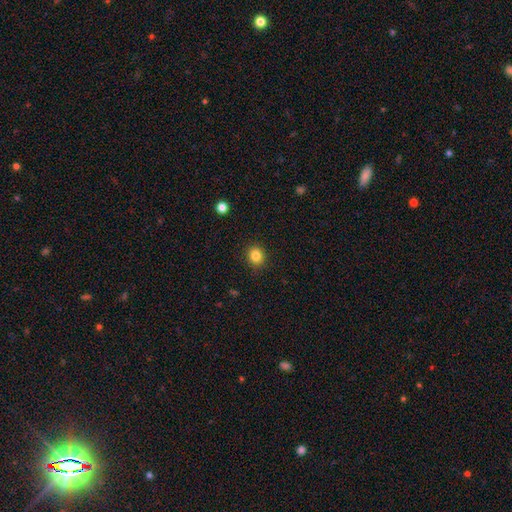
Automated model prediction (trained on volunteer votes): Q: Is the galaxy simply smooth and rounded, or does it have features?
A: smooth — 84%.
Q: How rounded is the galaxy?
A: round — 79%.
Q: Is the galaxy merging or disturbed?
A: none — 90%.